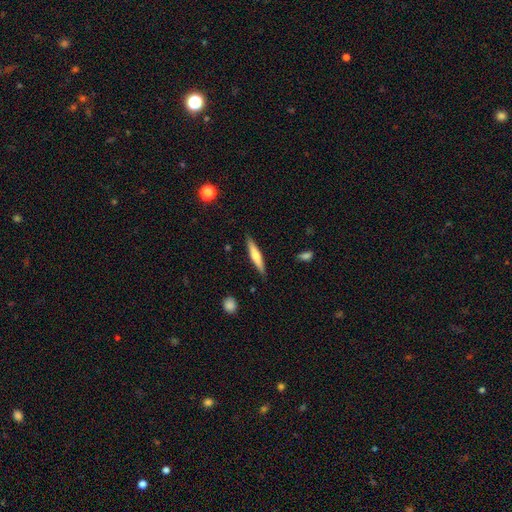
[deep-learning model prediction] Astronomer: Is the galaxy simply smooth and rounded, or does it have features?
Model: smooth — 52% (runner-up: featured or disk, 42%).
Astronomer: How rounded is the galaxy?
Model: cigar-shaped — 88%.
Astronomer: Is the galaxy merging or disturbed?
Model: none — 88%.